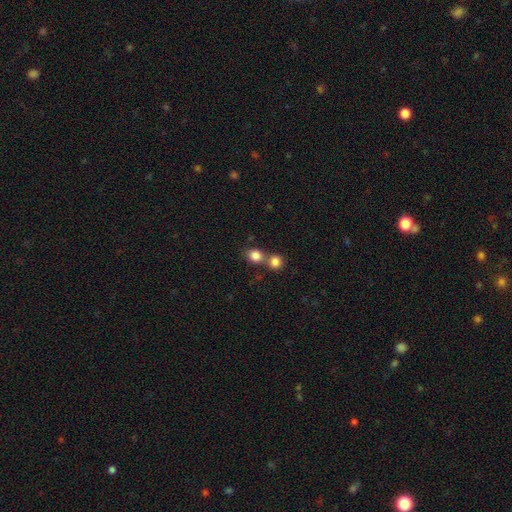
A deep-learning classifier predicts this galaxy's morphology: smooth-or-featured: smooth: 83% | star or artifact: 10% | featured or disk: 6%
  how-rounded: round: 77% | in between: 22% | cigar-shaped: 1%
  merging: none: 48% | merger: 42% | minor disturbance: 7% | major disturbance: 3%